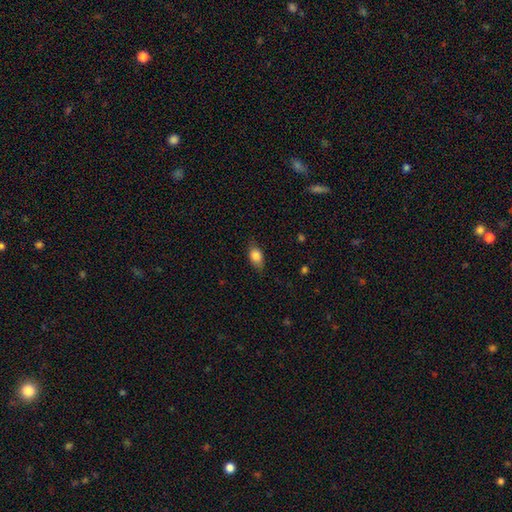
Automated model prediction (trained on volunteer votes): Smooth or featured? smooth (83%)
How rounded? in between (81%)
Merging? none (73%)